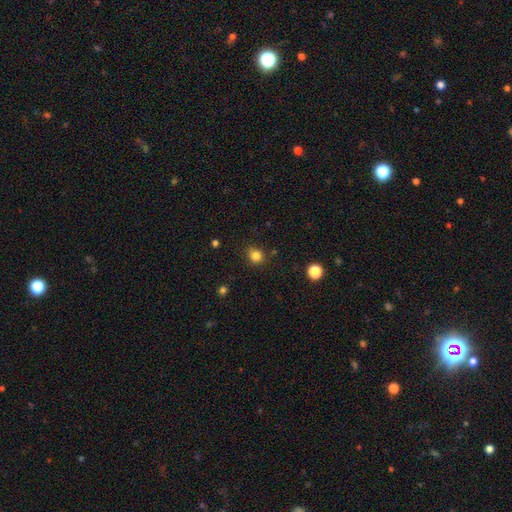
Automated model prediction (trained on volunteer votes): The model was most divided on "how rounded": round: 80%, in between: 19%, cigar-shaped: 1%. More confident: smooth or featured — smooth (83%); merging — none (81%).